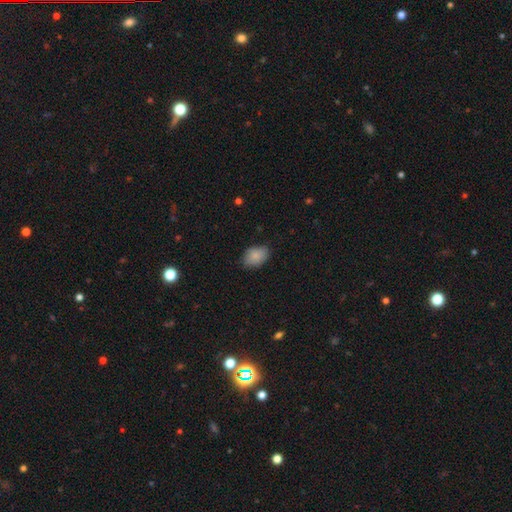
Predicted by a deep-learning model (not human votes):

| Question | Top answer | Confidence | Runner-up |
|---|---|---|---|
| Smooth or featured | smooth | 85% | star or artifact (8%) |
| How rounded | in between | 83% | round (16%) |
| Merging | none | 74% | minor disturbance (21%) |